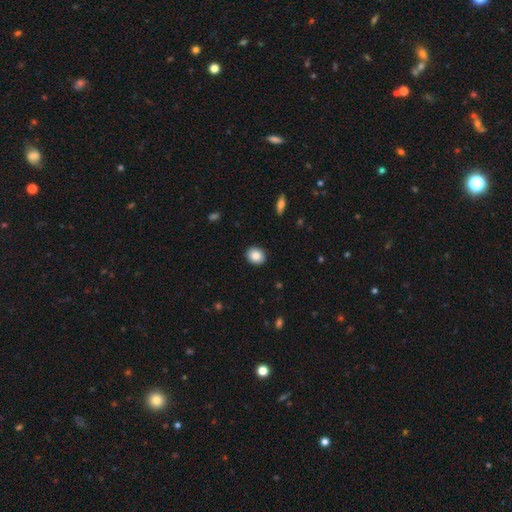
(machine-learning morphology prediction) type=smooth (86%); roundness=round (63%); merging=none (91%).